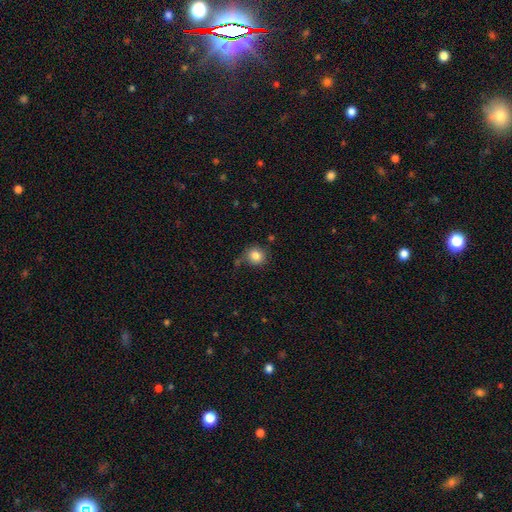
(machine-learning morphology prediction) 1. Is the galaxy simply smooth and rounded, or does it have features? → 84% smooth, 10% star or artifact, 6% featured or disk.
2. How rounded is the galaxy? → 87% round, 12% in between, 1% cigar-shaped.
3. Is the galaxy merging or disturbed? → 73% none, 16% minor disturbance, 5% merger, 5% major disturbance.